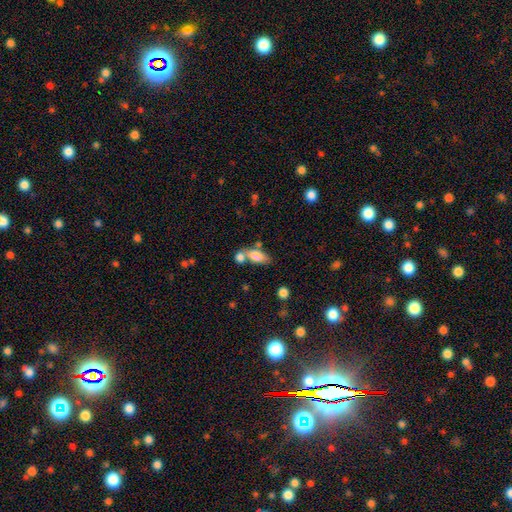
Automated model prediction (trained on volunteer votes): The model was most divided on "merging": merger: 44%, none: 39%, minor disturbance: 12%, major disturbance: 5%. More confident: how rounded — in between (83%); smooth or featured — smooth (75%).